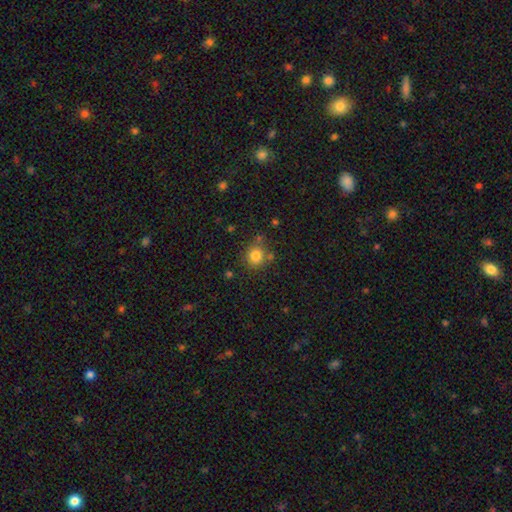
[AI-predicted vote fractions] smooth_or_featured: smooth (p=0.81) [alt: star or artifact p=0.12]
how_rounded: round (p=0.88) [alt: in between p=0.11]
merging: none (p=0.76) [alt: minor disturbance p=0.12]